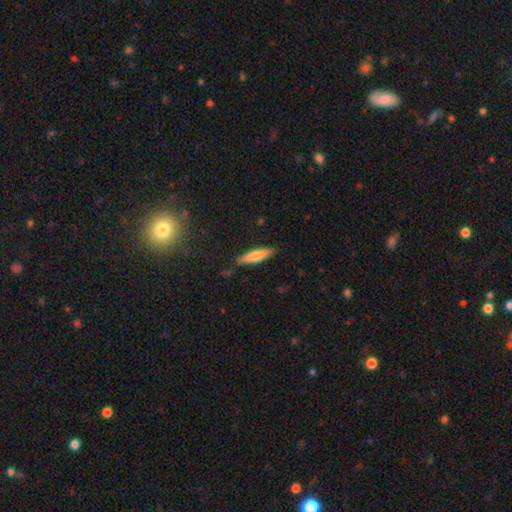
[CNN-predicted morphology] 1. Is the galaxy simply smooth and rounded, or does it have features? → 71% smooth, 23% featured or disk, 6% star or artifact.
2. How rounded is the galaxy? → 74% cigar-shaped, 25% in between, 2% round.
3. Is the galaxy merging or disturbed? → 85% none, 11% minor disturbance, 2% major disturbance, 2% merger.